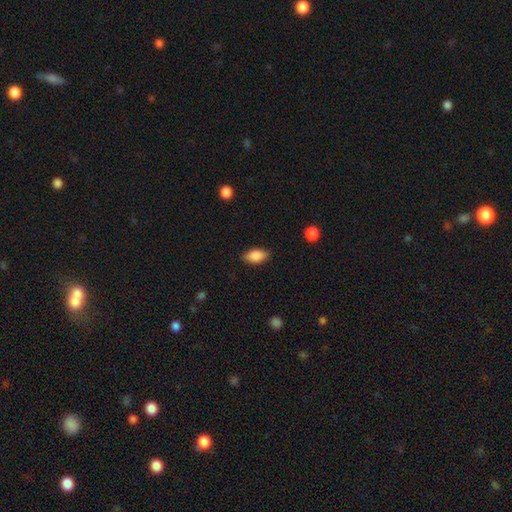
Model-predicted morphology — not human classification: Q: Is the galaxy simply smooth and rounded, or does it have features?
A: smooth — 86%.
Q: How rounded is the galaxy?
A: in between — 91%.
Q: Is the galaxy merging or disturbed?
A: none — 85%.